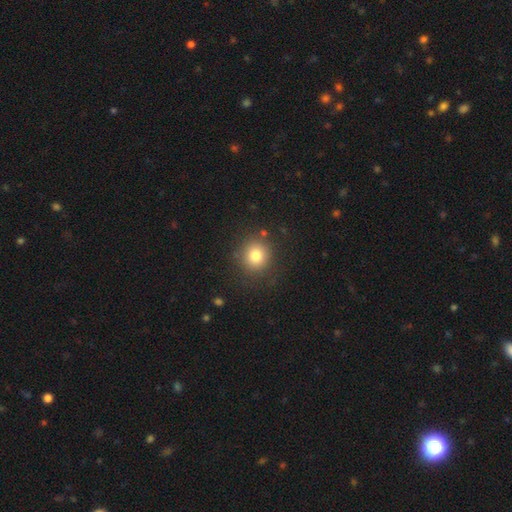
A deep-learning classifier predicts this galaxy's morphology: Smooth or featured? smooth (80%)
How rounded? round (88%)
Merging? none (85%)